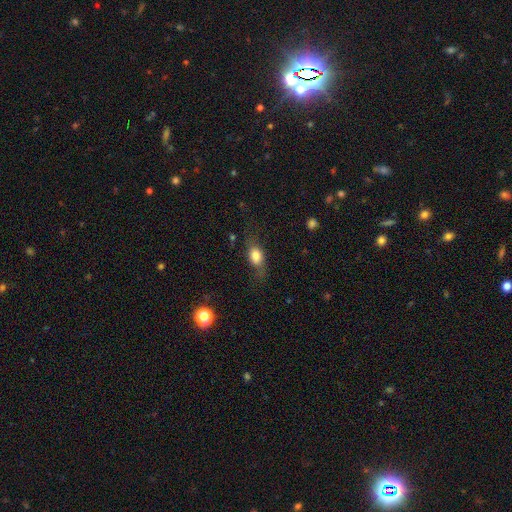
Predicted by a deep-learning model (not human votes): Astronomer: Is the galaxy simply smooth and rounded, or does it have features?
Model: smooth — 72%.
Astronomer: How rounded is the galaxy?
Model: in between — 71%.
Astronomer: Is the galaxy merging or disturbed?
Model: none — 58%.